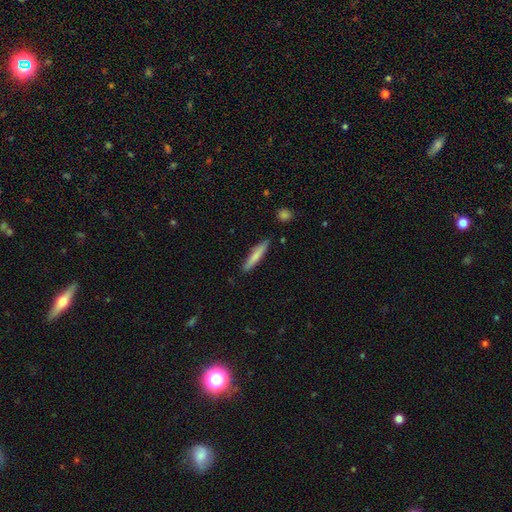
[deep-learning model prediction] A smooth galaxy with no disk features (76%) that is cigar-shaped (92%).

Vote fractions:
- Smooth or featured? smooth: 76% / featured or disk: 19% / star or artifact: 5%
- How rounded? cigar-shaped: 92% / in between: 7% / round: 1%
- Merging? none: 86% / minor disturbance: 11% / merger: 2% / major disturbance: 2%